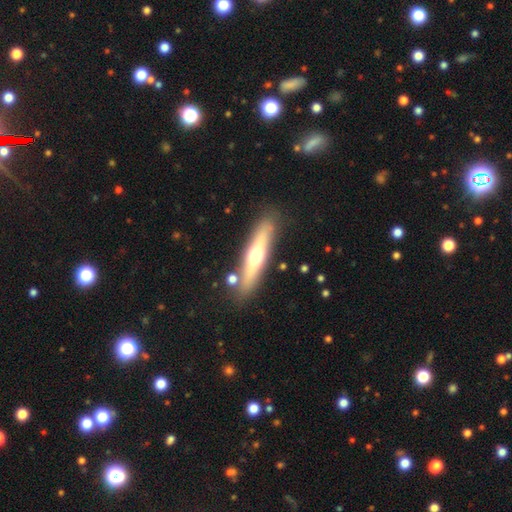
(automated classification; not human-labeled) featured or disk 51%, smooth 42%, star or artifact 6%. Down the decision tree: edge-on disk — yes (89%); merging — none (82%).